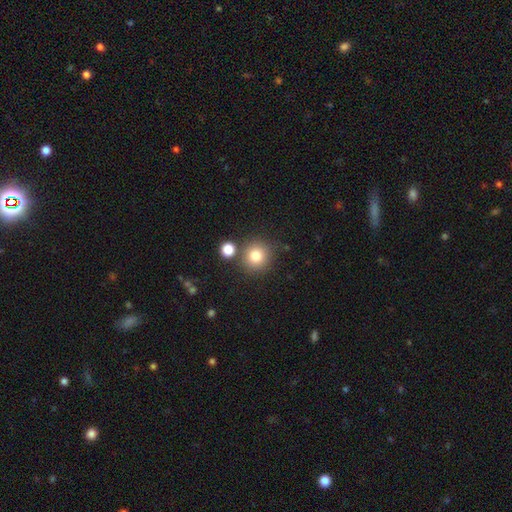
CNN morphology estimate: This is clearly a smooth galaxy (80%). How rounded: clearly round (92%). Merging: likely none (78%).